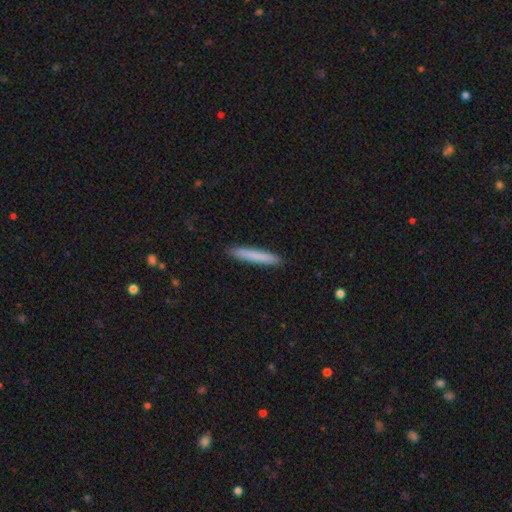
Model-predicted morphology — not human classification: Overall: smooth (80%). How rounded: cigar-shaped (96%). Merging: none (92%).